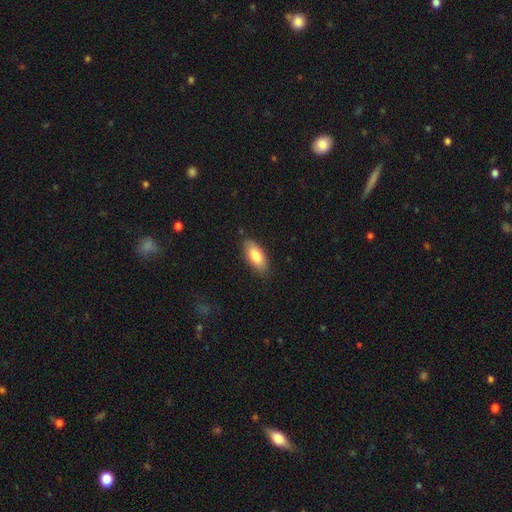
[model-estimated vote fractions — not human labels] smooth-or-featured: smooth: 82% | featured or disk: 12% | star or artifact: 6%
  how-rounded: in between: 86% | cigar-shaped: 12% | round: 2%
  merging: none: 83% | minor disturbance: 13% | major disturbance: 3% | merger: 1%